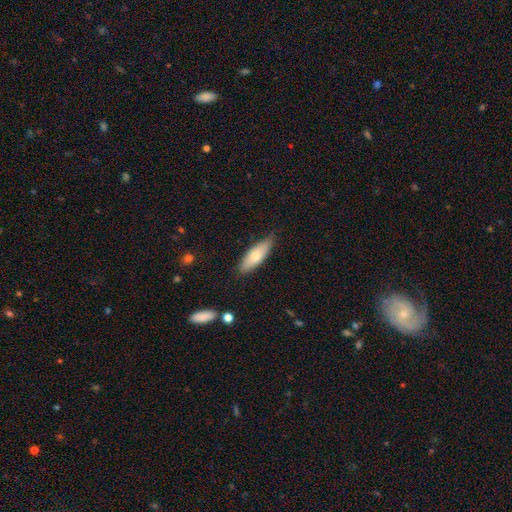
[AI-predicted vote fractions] The model was most divided on "how rounded": in between: 63%, cigar-shaped: 35%, round: 2%. More confident: merging — none (77%); smooth or featured — smooth (70%).